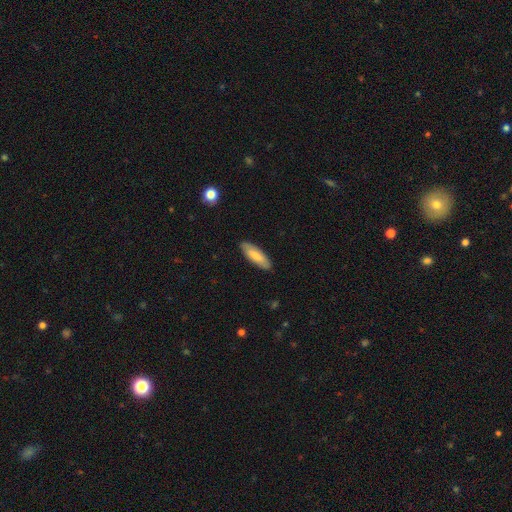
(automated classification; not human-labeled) Smooth or featured?
  - smooth: 75% *
  - featured or disk: 20%
  - star or artifact: 5%
How rounded?
  - in between: 58% *
  - cigar-shaped: 41%
  - round: 2%
Merging?
  - none: 87% *
  - minor disturbance: 10%
  - major disturbance: 2%
  - merger: 1%